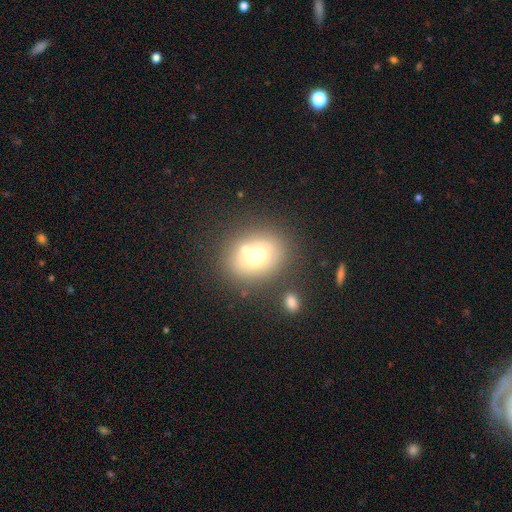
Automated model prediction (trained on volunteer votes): Smooth or featured: smooth — 67% (featured or disk — 19%)
How rounded: round — 50% (in between — 48%)
Merging: none — 68% (merger — 15%)